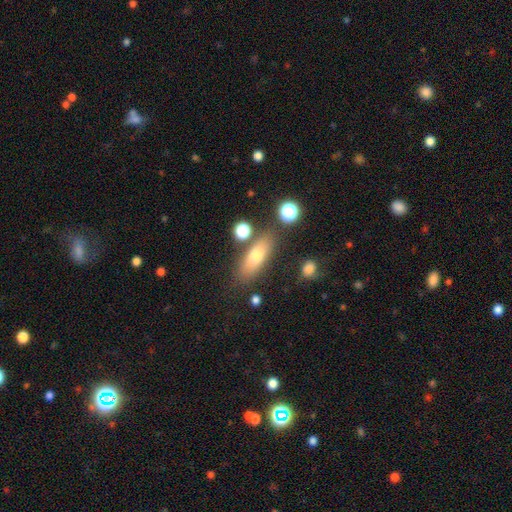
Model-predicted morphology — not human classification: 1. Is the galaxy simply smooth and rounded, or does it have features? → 69% smooth, 21% featured or disk, 10% star or artifact.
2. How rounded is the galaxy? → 64% in between, 31% cigar-shaped, 5% round.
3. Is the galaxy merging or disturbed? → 77% none, 13% minor disturbance, 7% merger, 4% major disturbance.